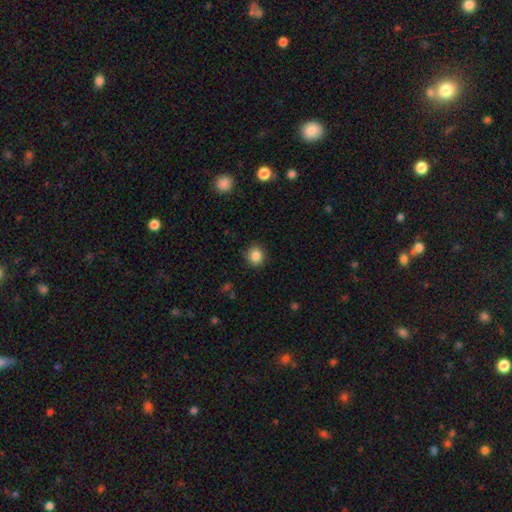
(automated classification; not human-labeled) Q: Smooth or featured?
A: smooth (85%); runner-up: star or artifact (10%)
Q: How rounded?
A: round (89%); runner-up: in between (10%)
Q: Merging?
A: none (89%); runner-up: minor disturbance (7%)